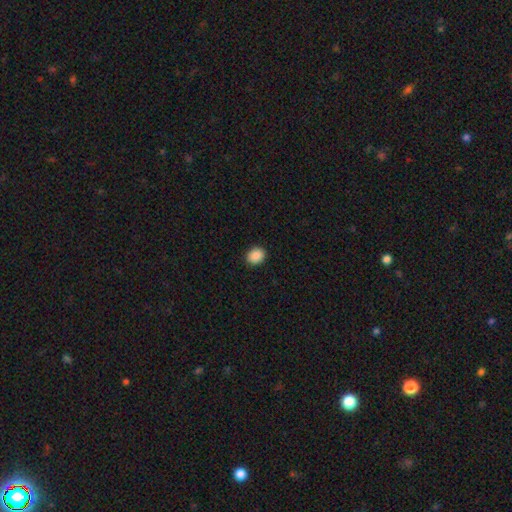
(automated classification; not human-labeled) Overall: smooth (89%). How rounded: round (55%; in between 44%). Merging: none (91%).